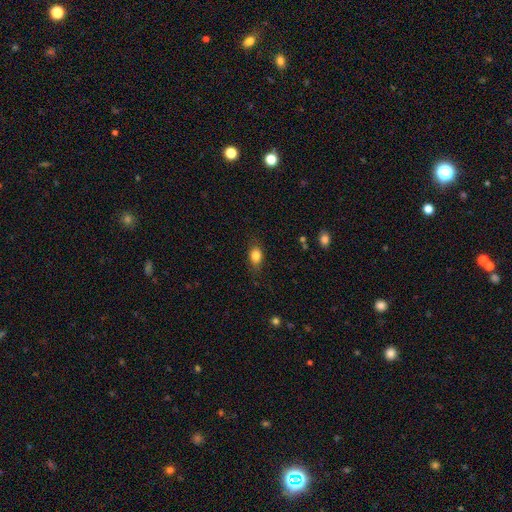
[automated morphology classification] A smooth galaxy with no disk features (82%) that is in between round and cigar-shaped (73%).

Vote fractions:
- Smooth or featured? smooth: 82% / star or artifact: 9% / featured or disk: 9%
- How rounded? in between: 73% / round: 23% / cigar-shaped: 4%
- Merging? none: 78% / minor disturbance: 16% / major disturbance: 4% / merger: 1%